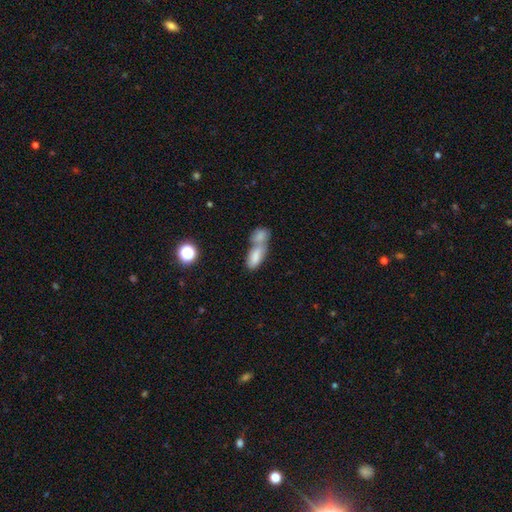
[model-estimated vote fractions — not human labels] This is likely a smooth galaxy (79%). How rounded: clearly in between (84%). Merging: likely merger (72%).